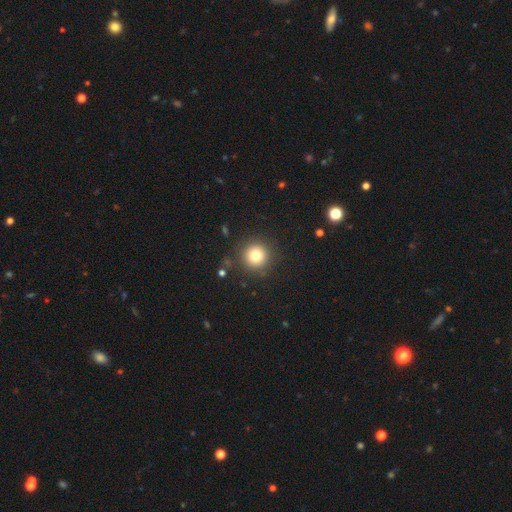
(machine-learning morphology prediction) Q: Smooth or featured?
A: smooth (78%); runner-up: star or artifact (13%)
Q: How rounded?
A: round (95%); runner-up: in between (4%)
Q: Merging?
A: none (89%); runner-up: minor disturbance (6%)